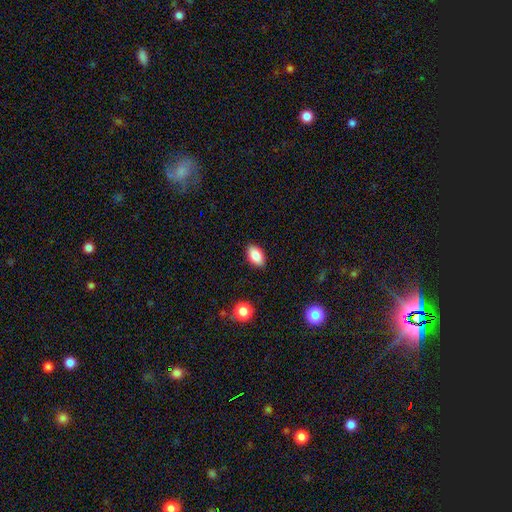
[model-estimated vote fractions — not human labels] Smooth or featured?
  - smooth: 85% *
  - star or artifact: 8%
  - featured or disk: 7%
How rounded?
  - in between: 91% *
  - round: 7%
  - cigar-shaped: 2%
Merging?
  - none: 88% *
  - minor disturbance: 9%
  - major disturbance: 2%
  - merger: 1%